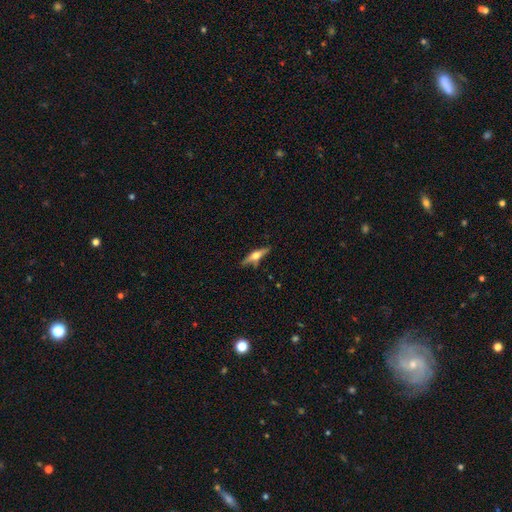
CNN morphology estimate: The model was most divided on "smooth or featured": featured or disk: 64%, smooth: 30%, star or artifact: 6%. More confident: edge-on disk — yes (96%); edge-on bulge — rounded (94%); merging — none (81%).